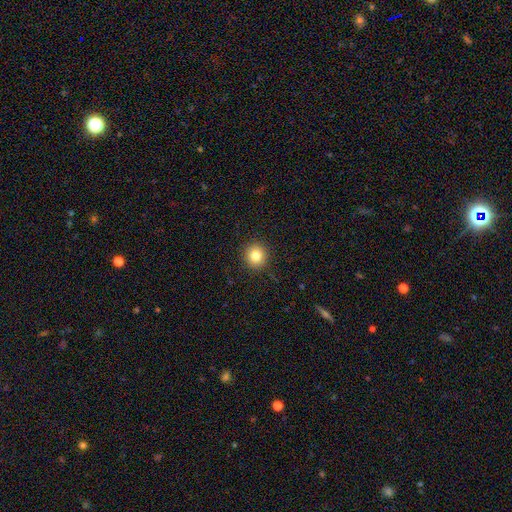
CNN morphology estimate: The model was most divided on "smooth or featured": smooth: 83%, star or artifact: 11%, featured or disk: 7%. More confident: merging — none (91%); how rounded — round (91%).